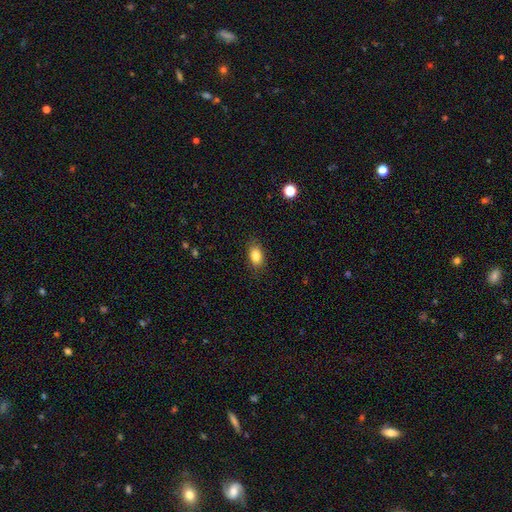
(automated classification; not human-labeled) Smooth or featured? smooth (85%)
How rounded? in between (86%)
Merging? none (87%)